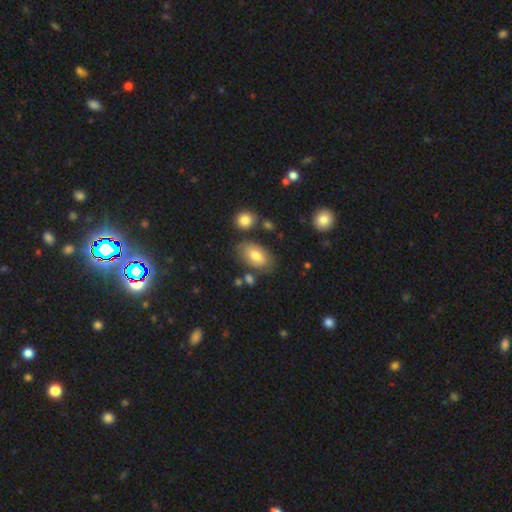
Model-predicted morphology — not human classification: smooth-or-featured: smooth: 70% | featured or disk: 23% | star or artifact: 8%
  how-rounded: in between: 92% | round: 7% | cigar-shaped: 2%
  merging: none: 68% | minor disturbance: 18% | merger: 8% | major disturbance: 6%